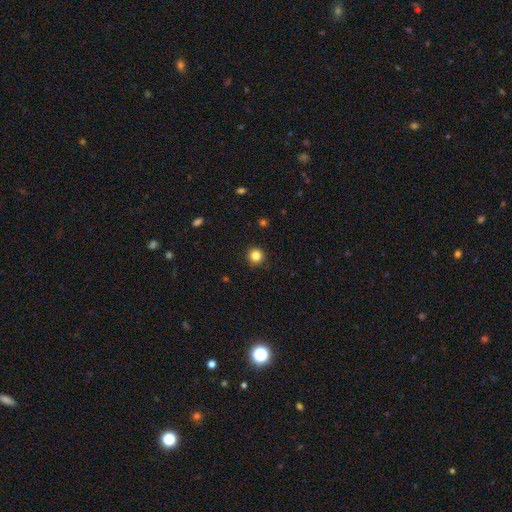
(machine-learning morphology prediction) Smooth or featured?
  - smooth: 84% *
  - star or artifact: 12%
  - featured or disk: 4%
How rounded?
  - round: 95% *
  - in between: 4%
  - cigar-shaped: 1%
Merging?
  - none: 92% *
  - minor disturbance: 6%
  - major disturbance: 2%
  - merger: 1%